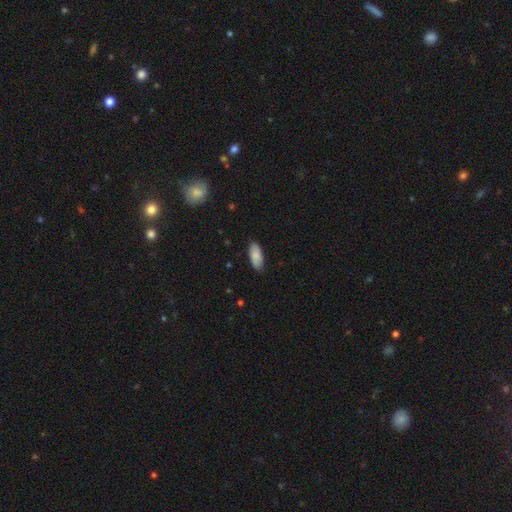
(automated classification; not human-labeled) smooth_or_featured: smooth (p=0.84) [alt: featured or disk p=0.10]
how_rounded: in between (p=0.85) [alt: cigar-shaped p=0.13]
merging: none (p=0.86) [alt: minor disturbance p=0.11]